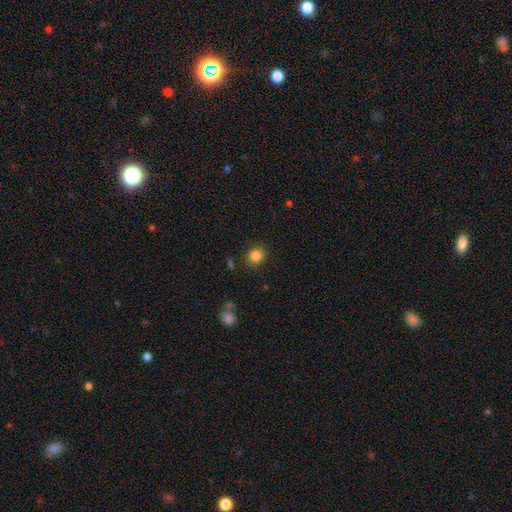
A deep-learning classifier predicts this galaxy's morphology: A smooth galaxy with no disk features (84%) that is round (82%). Merging: none (87%).